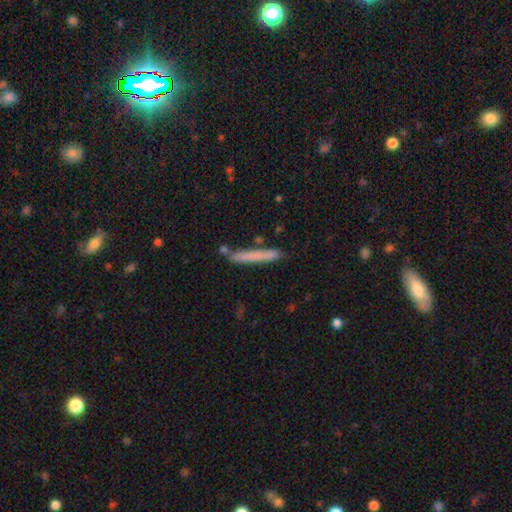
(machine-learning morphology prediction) smooth-or-featured: smooth: 70% | featured or disk: 23% | star or artifact: 7%
  how-rounded: cigar-shaped: 97% | in between: 2% | round: 1%
  merging: none: 85% | minor disturbance: 10% | merger: 4% | major disturbance: 2%